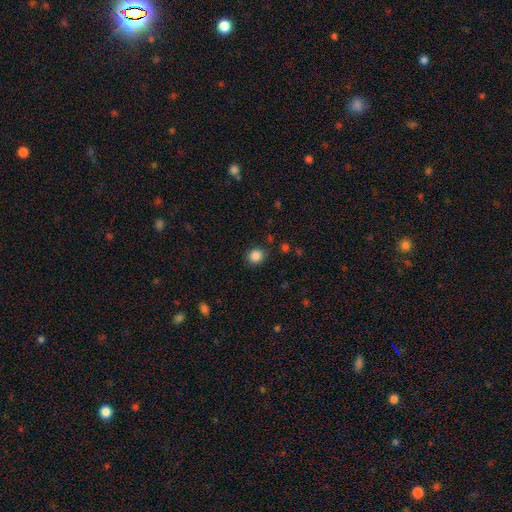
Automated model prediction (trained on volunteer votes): Overall: smooth (86%). How rounded: round (84%). Merging: none (86%).